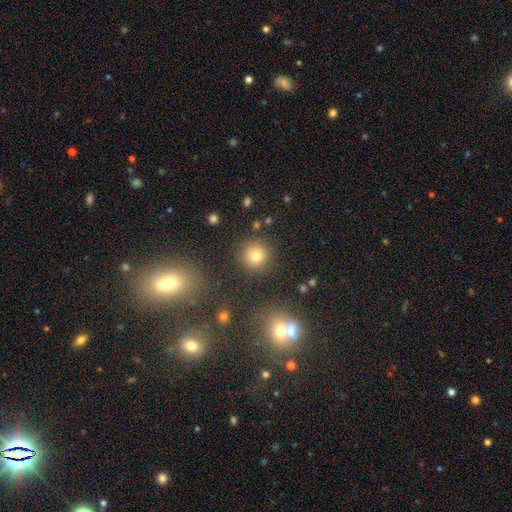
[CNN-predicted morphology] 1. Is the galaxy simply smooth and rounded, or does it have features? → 77% smooth, 15% star or artifact, 8% featured or disk.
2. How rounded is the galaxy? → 93% round, 6% in between, 1% cigar-shaped.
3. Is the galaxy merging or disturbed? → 87% none, 7% minor disturbance, 3% merger, 3% major disturbance.